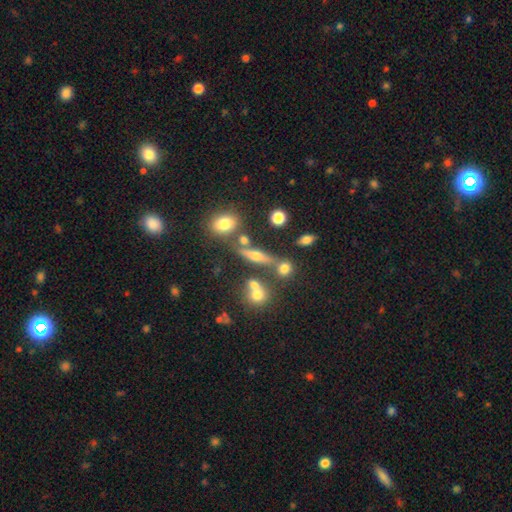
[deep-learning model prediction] Q: Smooth or featured?
A: featured or disk (47%); runner-up: smooth (33%)
Q: Merging?
A: none (67%); runner-up: merger (16%)